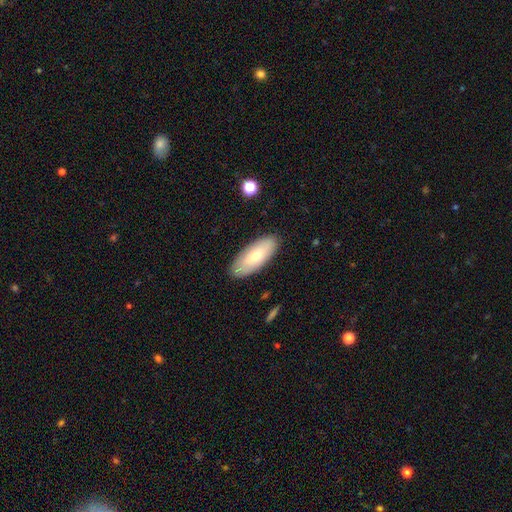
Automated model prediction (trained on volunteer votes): A smooth galaxy with no disk features (68%) that is in between round and cigar-shaped (83%). Merging: none (88%).